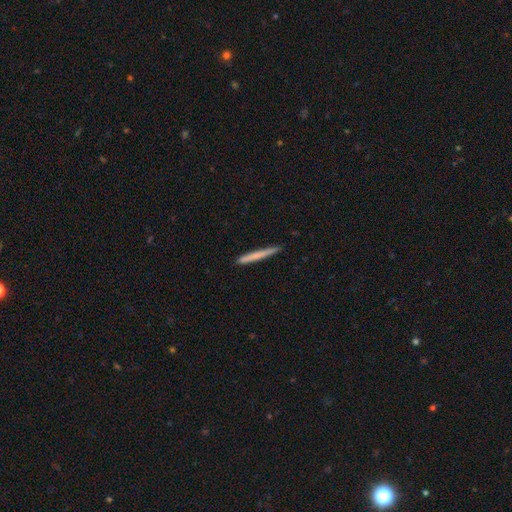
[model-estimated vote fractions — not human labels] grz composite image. It shows a smooth galaxy with no disk features (68%) that is cigar-shaped (97%). Merging: none (90%).